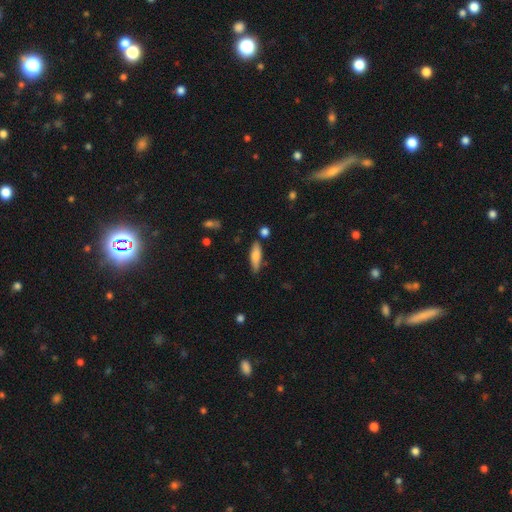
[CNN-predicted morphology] Q: Smooth or featured?
A: smooth (76%); runner-up: featured or disk (18%)
Q: How rounded?
A: cigar-shaped (57%); runner-up: in between (41%)
Q: Merging?
A: none (74%); runner-up: minor disturbance (17%)